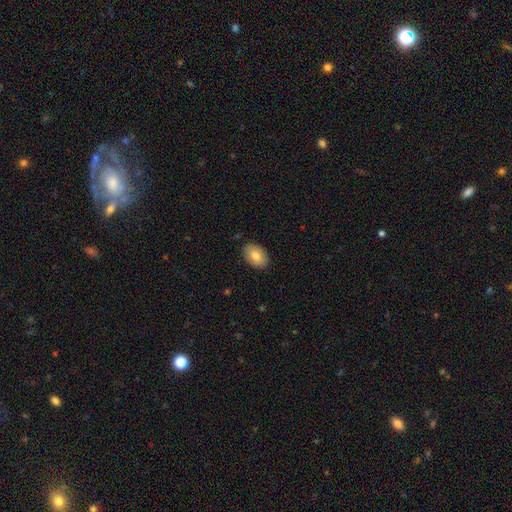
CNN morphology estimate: This is likely a smooth galaxy (79%). How rounded: clearly in between (89%). Merging: clearly none (88%).